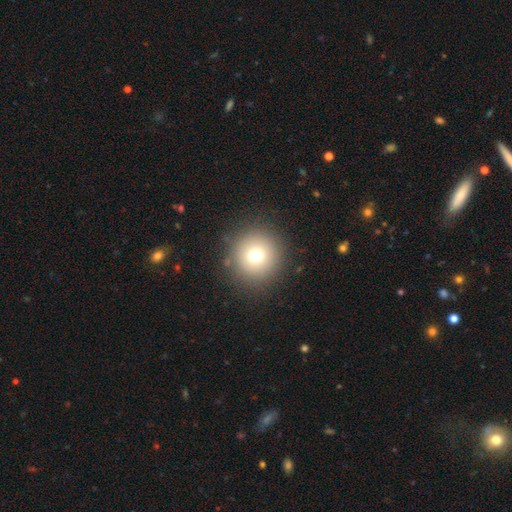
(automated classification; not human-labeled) smooth-or-featured: smooth: 72% | star or artifact: 15% | featured or disk: 12%
  how-rounded: round: 95% | in between: 4% | cigar-shaped: 1%
  merging: none: 88% | minor disturbance: 7% | major disturbance: 4% | merger: 2%